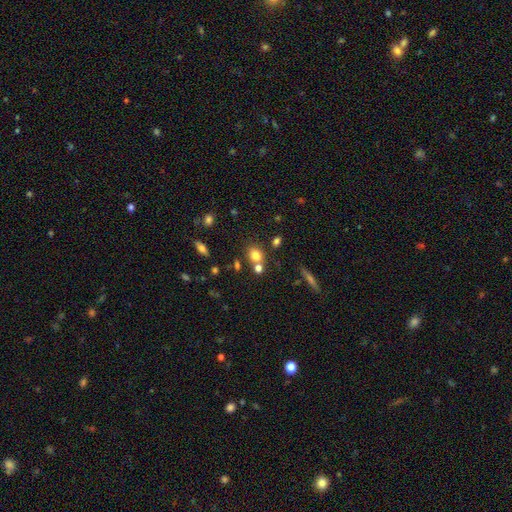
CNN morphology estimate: This appears to be a smooth galaxy with no disk features (75%) that is round (67%). Merging: none (61%).